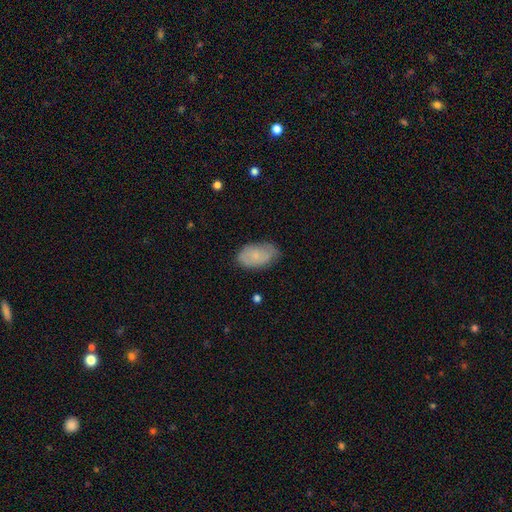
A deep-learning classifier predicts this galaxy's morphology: Overall: smooth (72%). How rounded: in between (93%). Merging: none (72%).